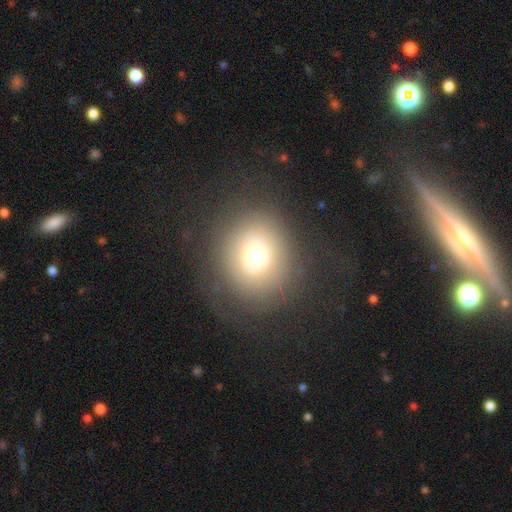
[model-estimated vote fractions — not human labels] smooth-or-featured: smooth: 63% | featured or disk: 23% | star or artifact: 14%
  how-rounded: round: 81% | in between: 18% | cigar-shaped: 1%
  merging: none: 74% | minor disturbance: 13% | major disturbance: 12% | merger: 1%